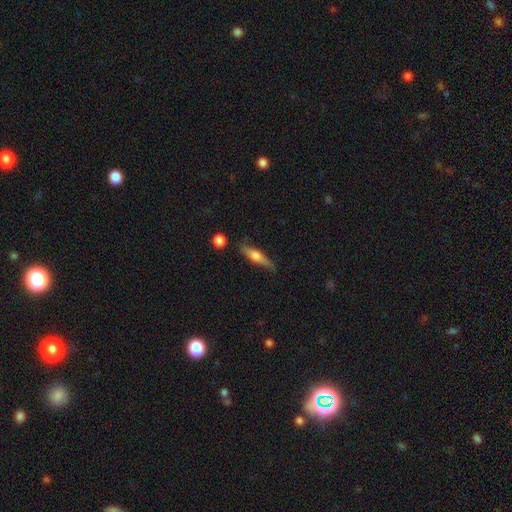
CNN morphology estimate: Smooth or featured: featured or disk — 55% (smooth — 39%)
Edge-on disk: yes — 93% (no — 7%)
Edge-on bulge: rounded — 86% (boxy — 9%)
Merging: none — 76% (minor disturbance — 17%)